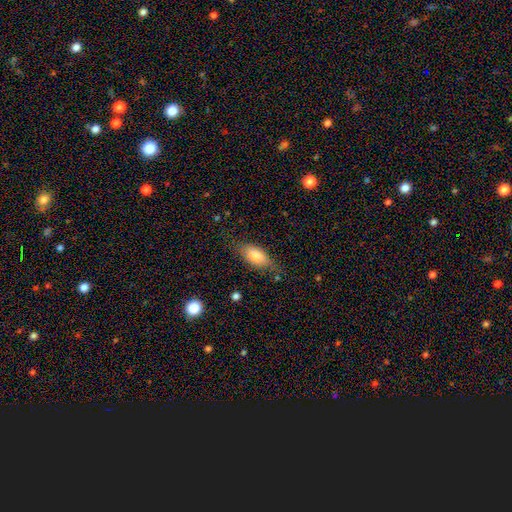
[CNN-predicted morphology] The model was most divided on "merging": none: 70%, minor disturbance: 22%, major disturbance: 6%, merger: 2%. More confident: how rounded — in between (85%); smooth or featured — smooth (78%).